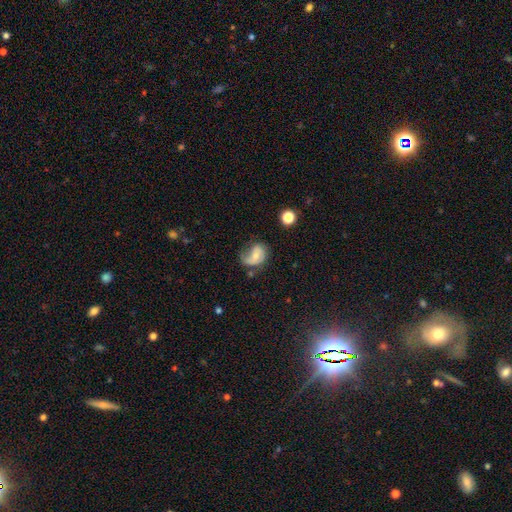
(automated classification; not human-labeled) featured or disk 54%, smooth 37%, star or artifact 9%. Down the decision tree: edge-on disk — no (97%); bar — no (61%); spiral arms — yes (82%); bulge size — small (46%); merging — none (39%).